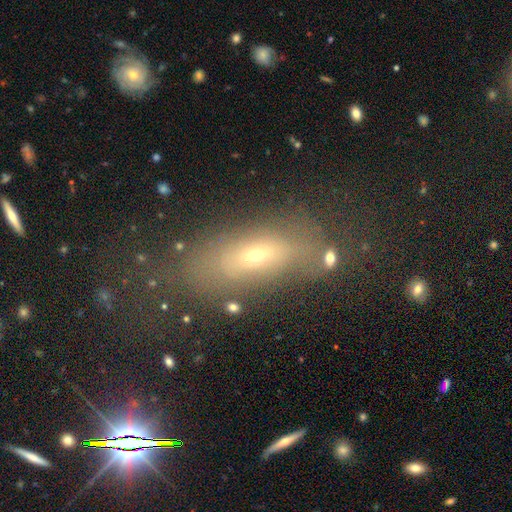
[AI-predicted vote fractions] Smooth or featured? Predicted: smooth (p=0.54). How rounded? Predicted: in between (p=0.67). Merging? Predicted: none (p=0.56).